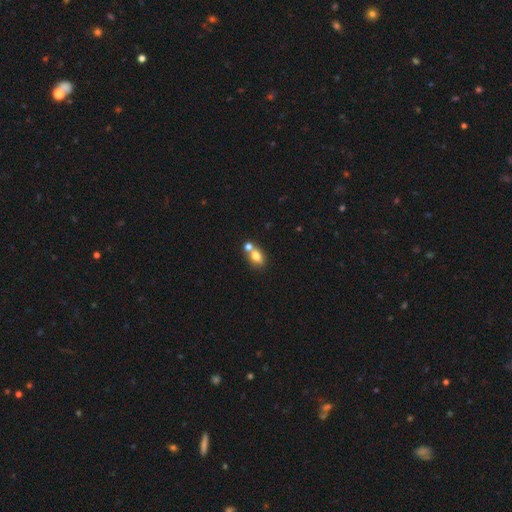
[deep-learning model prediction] smooth 74%, featured or disk 16%, star or artifact 10%. Down the decision tree: how rounded — in between (77%); merging — none (44%).